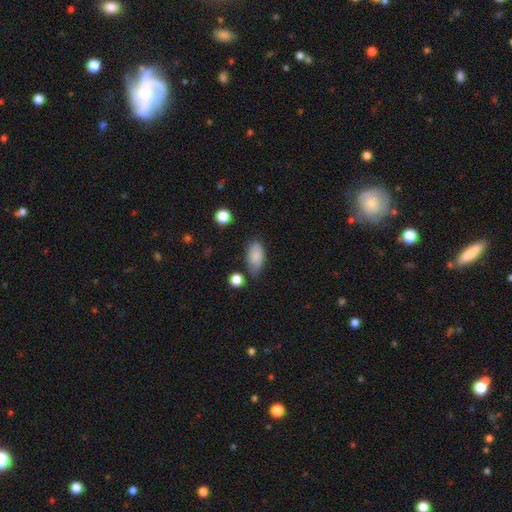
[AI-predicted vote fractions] Morphology: type=smooth (85%); roundness=in between (92%); merging=none (65%).